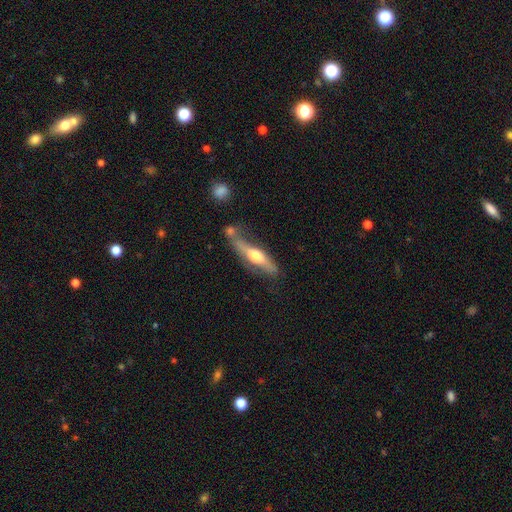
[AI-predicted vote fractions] A featured or disk galaxy (53%) viewed edge-on (78%).

Vote fractions:
- Smooth or featured? featured or disk: 53% / smooth: 41% / star or artifact: 6%
- Edge-on disk? yes: 78% / no: 22%
- Merging? none: 48% / minor disturbance: 22% / merger: 19% / major disturbance: 11%